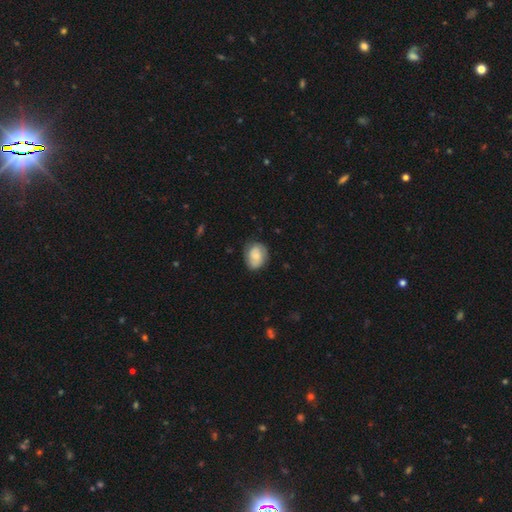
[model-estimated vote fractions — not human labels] Smooth or featured?
  - smooth: 65% *
  - featured or disk: 27%
  - star or artifact: 8%
How rounded?
  - in between: 52% *
  - round: 47%
  - cigar-shaped: 1%
Merging?
  - none: 76% *
  - minor disturbance: 19%
  - major disturbance: 5%
  - merger: 1%